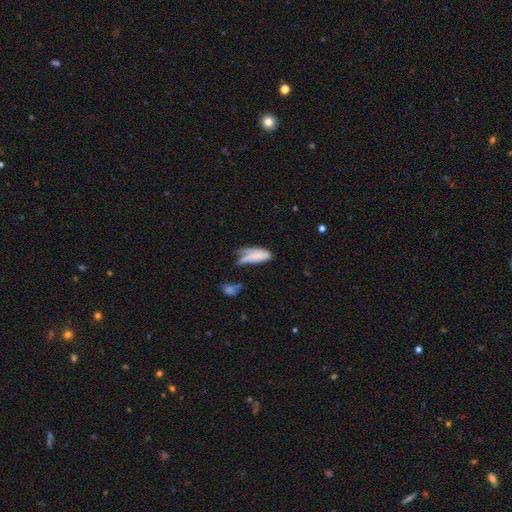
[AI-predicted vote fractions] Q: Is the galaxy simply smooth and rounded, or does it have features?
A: smooth — 68%.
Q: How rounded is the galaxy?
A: in between — 68%.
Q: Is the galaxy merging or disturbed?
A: major disturbance — 29%, tied with none.